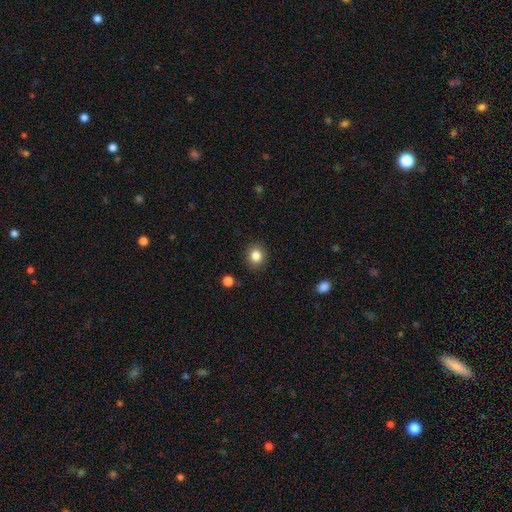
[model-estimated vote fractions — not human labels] smooth-or-featured: smooth: 84% | star or artifact: 11% | featured or disk: 6%
  how-rounded: round: 78% | in between: 21% | cigar-shaped: 1%
  merging: none: 89% | minor disturbance: 8% | major disturbance: 2% | merger: 1%